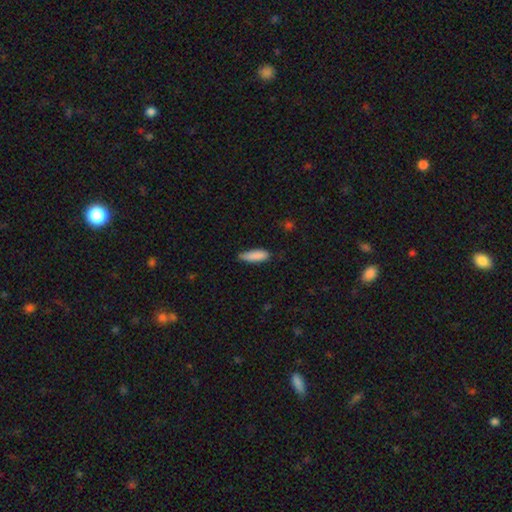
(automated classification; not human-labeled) Smooth or featured?
  - smooth: 87% *
  - star or artifact: 6%
  - featured or disk: 6%
How rounded?
  - in between: 50% *
  - cigar-shaped: 49%
  - round: 2%
Merging?
  - none: 67% *
  - minor disturbance: 27%
  - major disturbance: 4%
  - merger: 2%